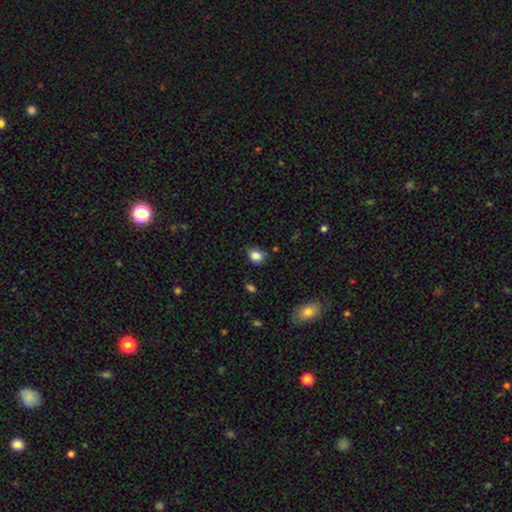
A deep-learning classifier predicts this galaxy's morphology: Smooth or featured? smooth (85%)
How rounded? in between (50%)
Merging? none (69%)